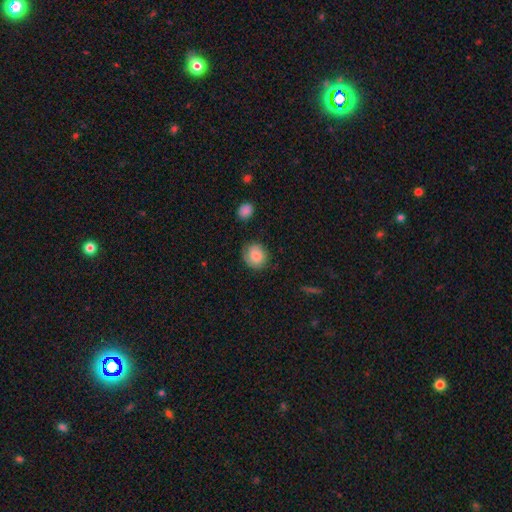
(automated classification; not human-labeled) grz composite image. It shows a smooth galaxy with no disk features (72%) that is round (70%). Merging: none (70%).